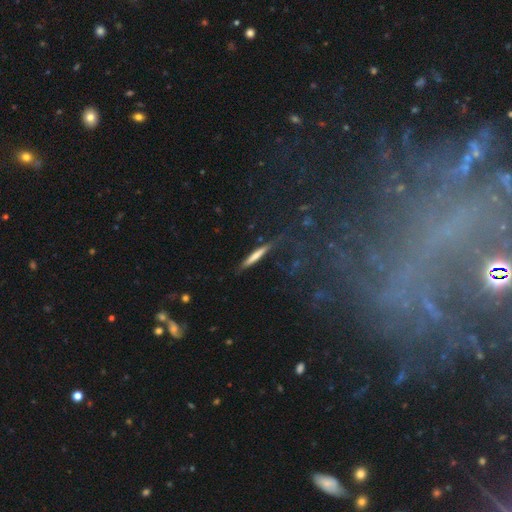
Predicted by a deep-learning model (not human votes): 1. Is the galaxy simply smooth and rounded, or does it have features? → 58% smooth, 33% featured or disk, 8% star or artifact.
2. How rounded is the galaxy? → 93% cigar-shaped, 5% in between, 2% round.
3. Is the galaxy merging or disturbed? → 81% none, 13% minor disturbance, 3% major disturbance, 2% merger.